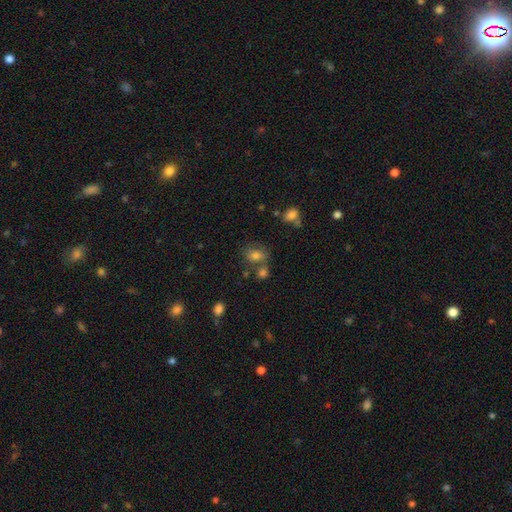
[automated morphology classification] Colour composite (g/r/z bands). It shows a smooth galaxy with no disk features (73%) that is in between round and cigar-shaped (60%). Merging: none (57%).